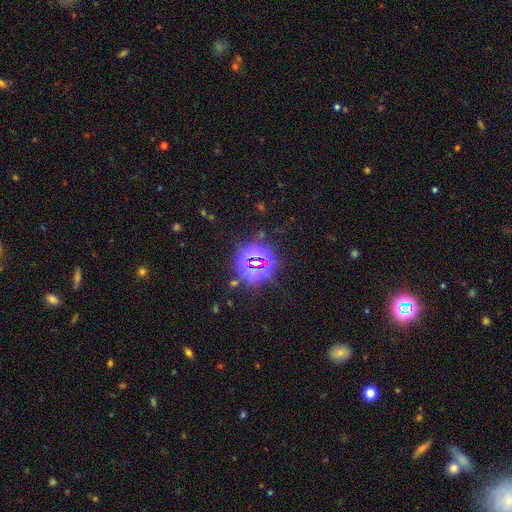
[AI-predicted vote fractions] Smooth or featured? star or artifact (80%)